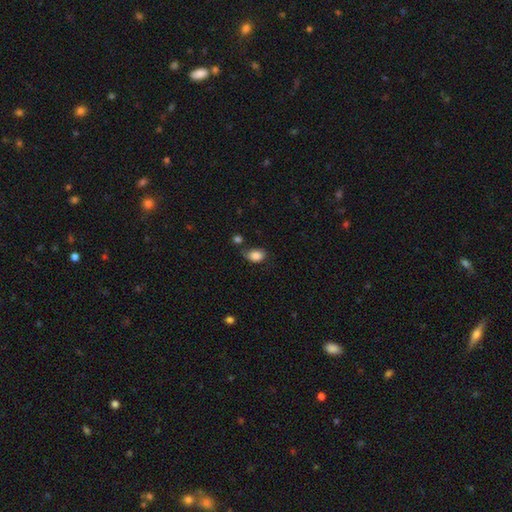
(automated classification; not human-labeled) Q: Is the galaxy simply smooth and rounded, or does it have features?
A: smooth — 86%.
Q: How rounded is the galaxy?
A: in between — 76%.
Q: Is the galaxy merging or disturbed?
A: none — 54%.